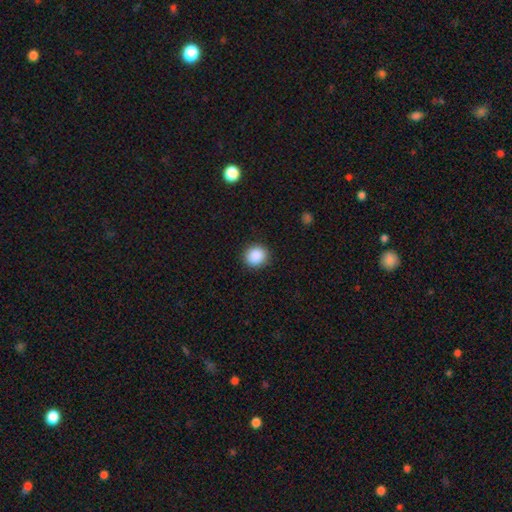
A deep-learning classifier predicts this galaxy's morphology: A smooth galaxy with no disk features (89%) that is round (87%). Merging: none (91%).